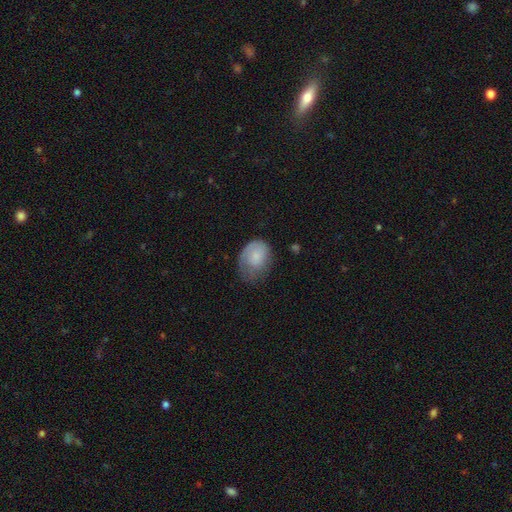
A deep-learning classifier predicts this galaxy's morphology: type=smooth (71%); roundness=in between (62%); merging=none (36%).